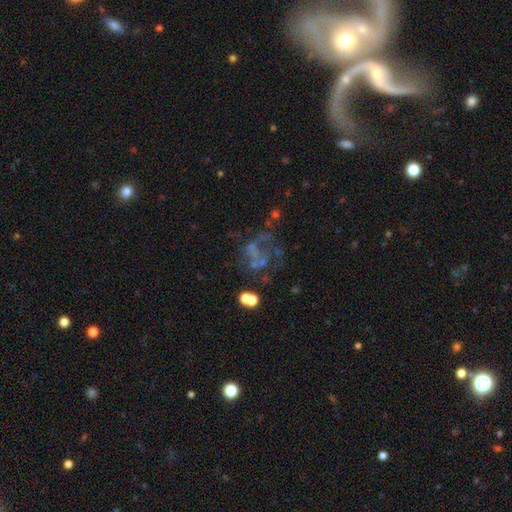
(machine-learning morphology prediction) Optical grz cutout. It shows a featured or disk galaxy (54%) with no bar (88%), no spiral arms (82%) and no central bulge (79%). Merging: major disturbance (37%).